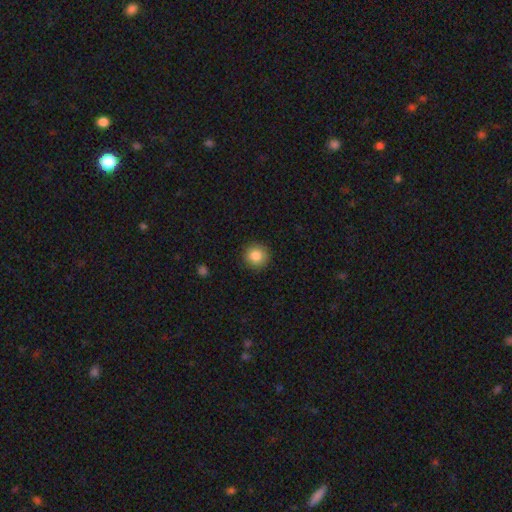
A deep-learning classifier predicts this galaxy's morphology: Smooth or featured? smooth (84%)
How rounded? round (94%)
Merging? none (91%)